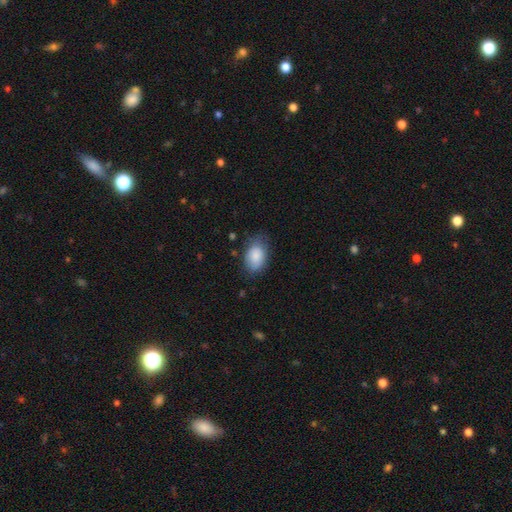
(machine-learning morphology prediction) Q: Smooth or featured?
A: smooth (85%); runner-up: featured or disk (9%)
Q: How rounded?
A: in between (86%); runner-up: round (13%)
Q: Merging?
A: none (66%); runner-up: minor disturbance (26%)